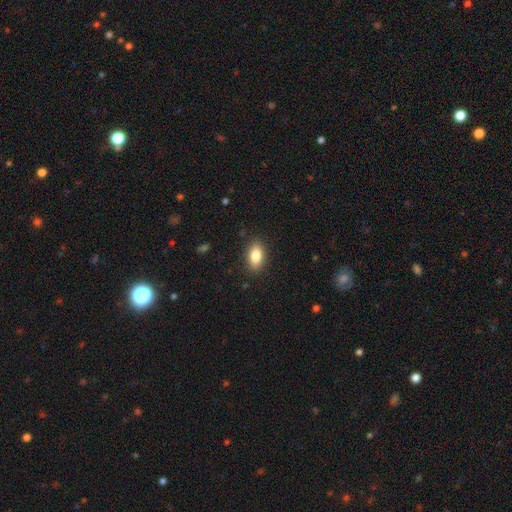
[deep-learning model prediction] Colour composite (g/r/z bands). It shows a smooth galaxy with no disk features (82%) that is in between round and cigar-shaped (88%). Merging: none (88%).